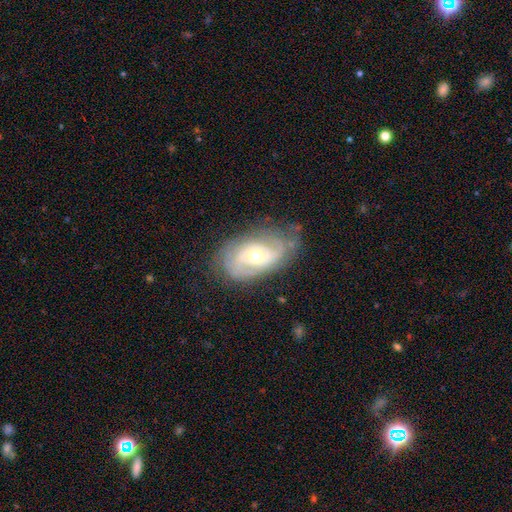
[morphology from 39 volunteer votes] Smooth or featured?
  - featured or disk: 85% *
  - star or artifact: 10%
  - smooth: 5%
Edge-on disk?
  - no: 97% *
  - yes: 3%
Bar?
  - no: 66% *
  - strong: 19%
  - weak: 16%
Spiral arms?
  - yes: 94% *
  - no: 6%
Spiral winding?
  - medium: 47% *
  - tight: 33%
  - loose: 20%
Spiral arm count?
  - 2: 70% *
  - can't tell: 20%
  - 1: 3%
  - 3: 3%
  - 4: 3%
  - more than 4: 0%
Bulge size?
  - moderate: 59% *
  - small: 31%
  - large: 6%
  - none: 3%
  - dominant: 0%
Merging?
  - none: 74% *
  - minor disturbance: 20%
  - major disturbance: 3%
  - merger: 3%